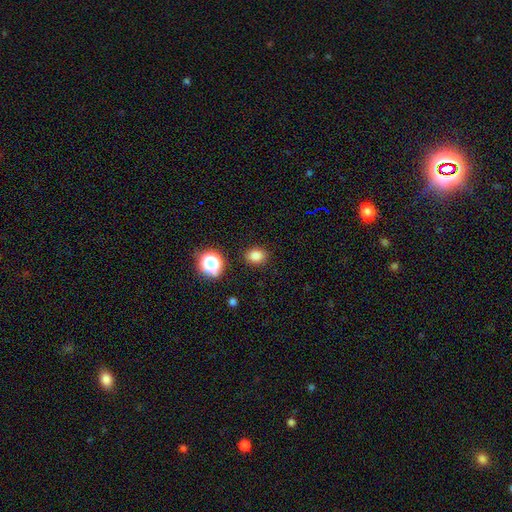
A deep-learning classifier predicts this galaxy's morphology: smooth 81%, star or artifact 15%, featured or disk 5%. Down the decision tree: how rounded — round (55%); merging — none (87%).